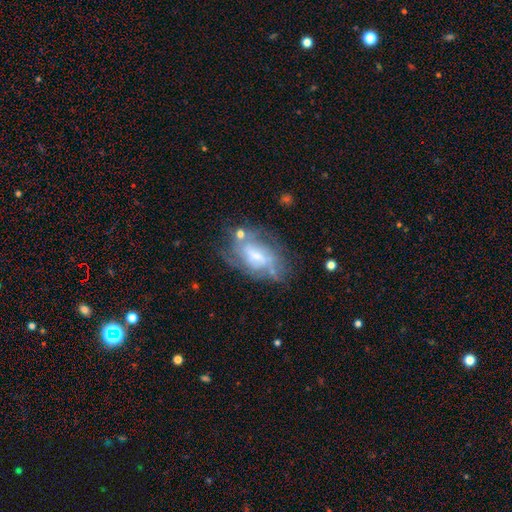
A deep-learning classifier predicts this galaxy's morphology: Overall: featured or disk (68%). Edge-on disk: no (94%). Bar: no (44%; weak 43%). Spiral arms: yes (74%). Bulge size: small (40%; moderate 39%). Merging: none (56%; minor disturbance 22%).